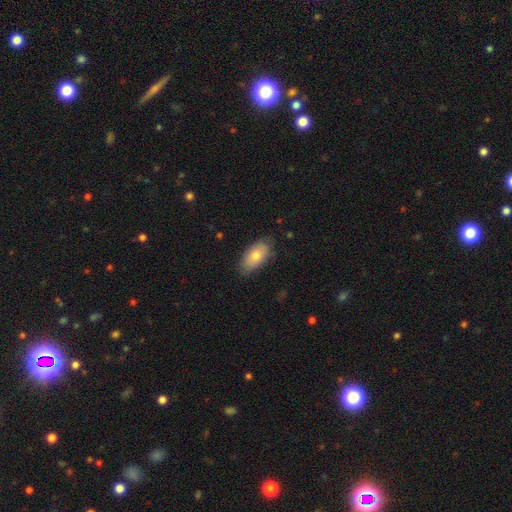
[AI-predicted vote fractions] Smooth or featured? Predicted: smooth (p=0.75). How rounded? Predicted: in between (p=0.92). Merging? Predicted: none (p=0.80).